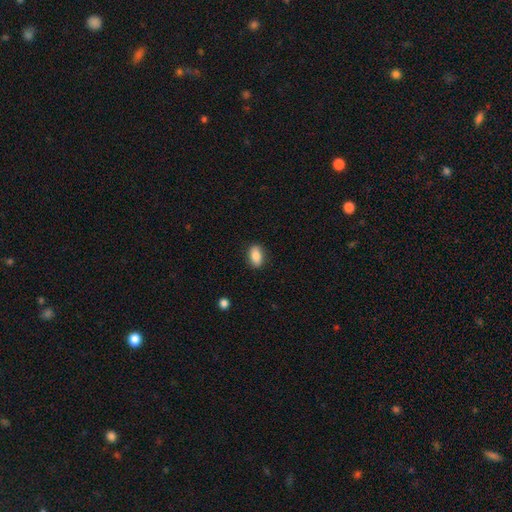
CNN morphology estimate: Smooth or featured?
  - smooth: 85% *
  - featured or disk: 7%
  - star or artifact: 7%
How rounded?
  - in between: 88% *
  - round: 7%
  - cigar-shaped: 4%
Merging?
  - none: 88% *
  - minor disturbance: 9%
  - major disturbance: 2%
  - merger: 1%